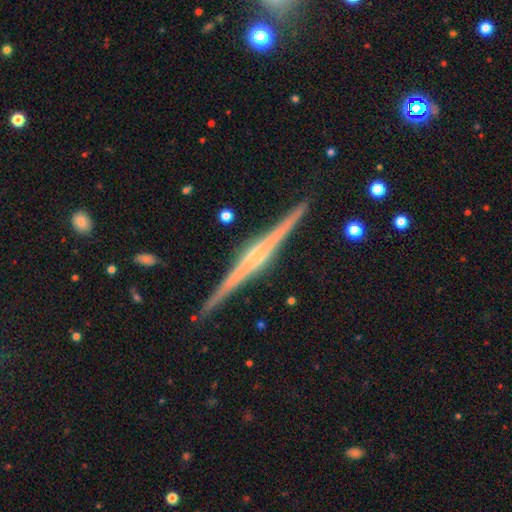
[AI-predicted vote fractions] The model was most divided on "edge-on bulge": rounded: 60%, boxy: 24%, none: 15%. More confident: edge-on disk — yes (99%); merging — none (92%); smooth or featured — featured or disk (87%).